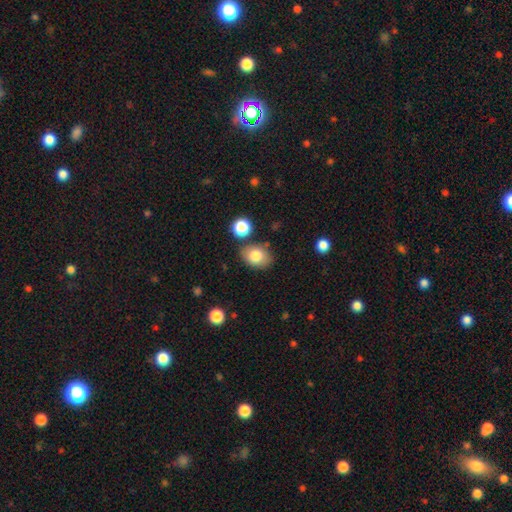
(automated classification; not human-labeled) smooth-or-featured: smooth: 80% | featured or disk: 11% | star or artifact: 9%
  how-rounded: in between: 69% | round: 30% | cigar-shaped: 1%
  merging: none: 77% | minor disturbance: 13% | merger: 6% | major disturbance: 3%